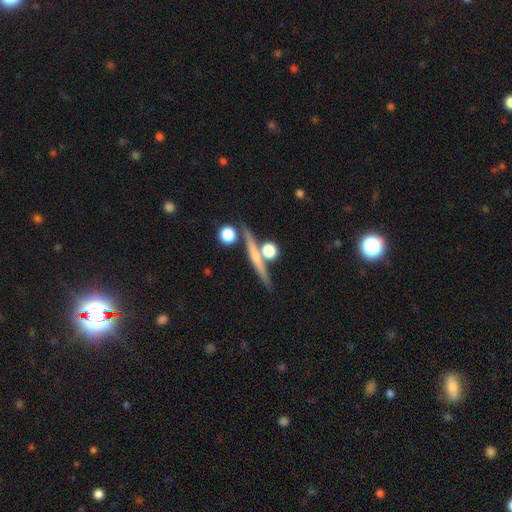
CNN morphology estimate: Smooth or featured? Predicted: featured or disk (p=0.59). Edge-on disk? Predicted: yes (p=0.92). Edge-on bulge? Predicted: rounded (p=0.51). Merging? Predicted: none (p=0.76).